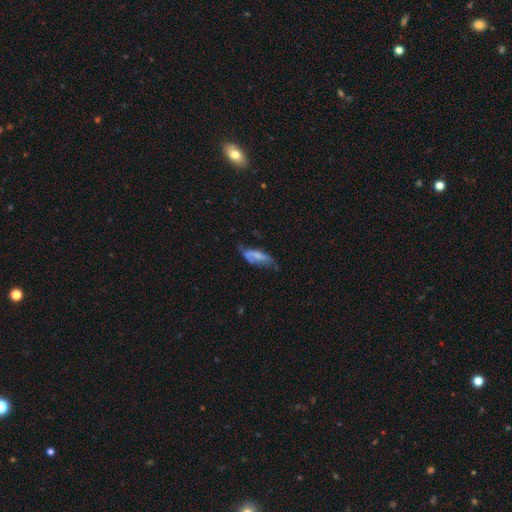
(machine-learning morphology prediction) Smooth or featured: smooth — 54% (featured or disk — 37%)
How rounded: in between — 62% (cigar-shaped — 36%)
Merging: none — 39% (minor disturbance — 34%)